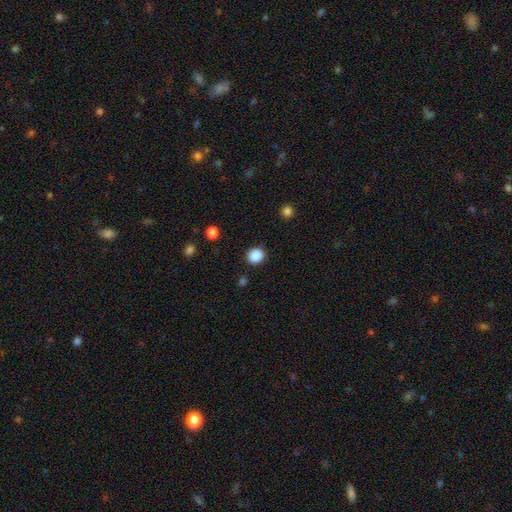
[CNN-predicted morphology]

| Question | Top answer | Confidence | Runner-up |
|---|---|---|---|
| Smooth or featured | smooth | 87% | star or artifact (10%) |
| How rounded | round | 77% | in between (22%) |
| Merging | none | 86% | minor disturbance (10%) |